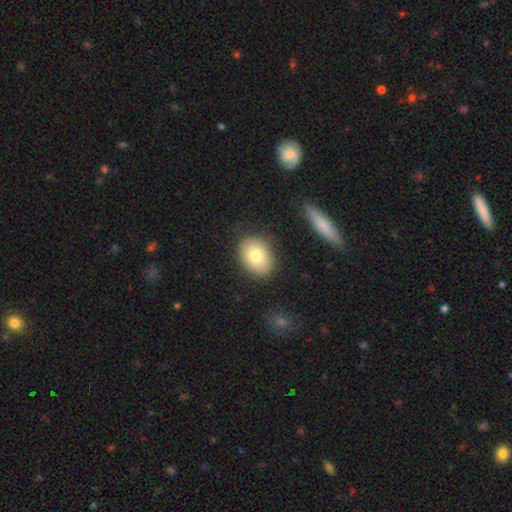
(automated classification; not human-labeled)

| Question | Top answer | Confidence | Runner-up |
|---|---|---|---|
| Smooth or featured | smooth | 78% | featured or disk (14%) |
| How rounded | in between | 70% | round (29%) |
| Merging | none | 84% | minor disturbance (11%) |